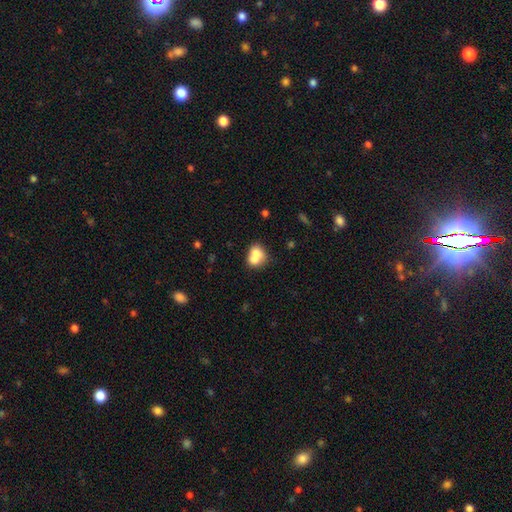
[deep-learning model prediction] Morphology: type=smooth (71%); roundness=in between (52%); merging=merger (59%).